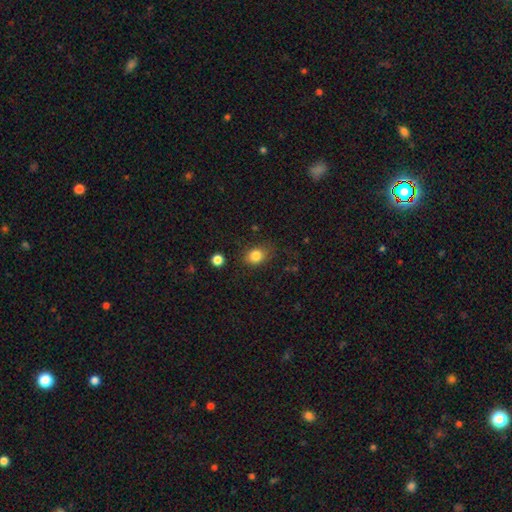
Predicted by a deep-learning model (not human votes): smooth-or-featured: smooth: 83% | star or artifact: 11% | featured or disk: 6%
  how-rounded: round: 55% | in between: 44% | cigar-shaped: 1%
  merging: none: 75% | minor disturbance: 17% | major disturbance: 5% | merger: 2%